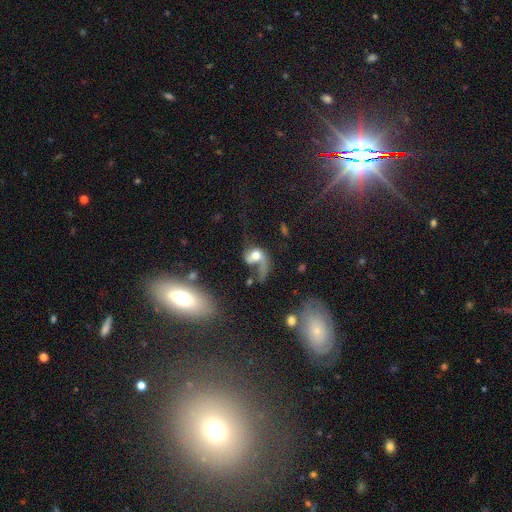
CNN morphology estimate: Smooth or featured? Predicted: featured or disk (p=0.54). Edge-on disk? Predicted: no (p=0.96). Bar? Predicted: no (p=0.73). Spiral arms? Predicted: yes (p=0.71). Bulge size? Predicted: moderate (p=0.45). Merging? Predicted: major disturbance (p=0.47).